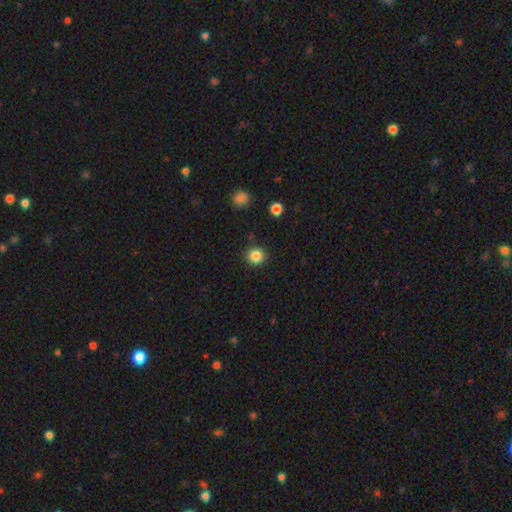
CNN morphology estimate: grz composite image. It shows a smooth galaxy with no disk features (85%) that is round (91%). Merging: none (89%).